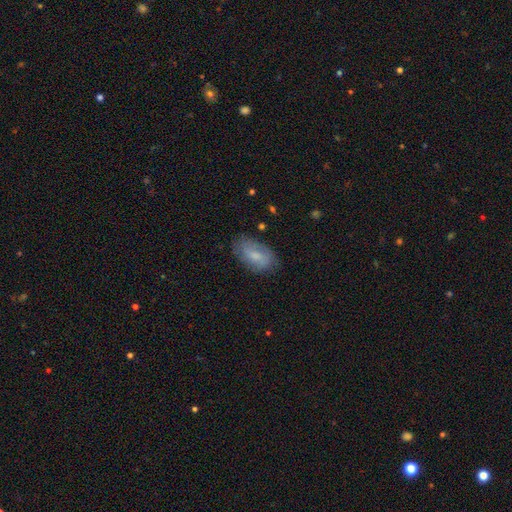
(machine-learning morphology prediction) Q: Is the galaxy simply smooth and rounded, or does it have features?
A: smooth — 62%.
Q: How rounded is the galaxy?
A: in between — 92%.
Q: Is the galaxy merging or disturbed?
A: none — 74%.